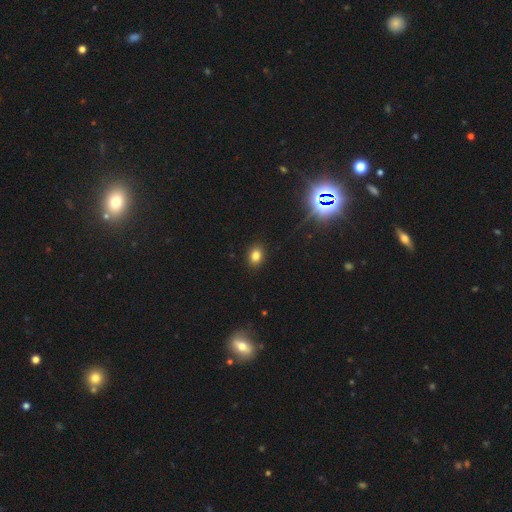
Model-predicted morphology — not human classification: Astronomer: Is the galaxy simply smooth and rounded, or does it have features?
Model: smooth — 81%.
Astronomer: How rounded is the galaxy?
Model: in between — 61% (runner-up: round, 37%).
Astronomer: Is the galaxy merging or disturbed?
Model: none — 89%.